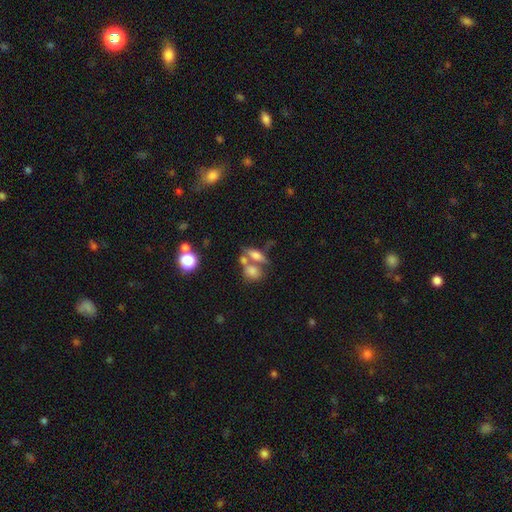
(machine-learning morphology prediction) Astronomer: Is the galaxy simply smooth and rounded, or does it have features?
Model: smooth — 65%.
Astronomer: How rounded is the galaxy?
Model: in between — 68%.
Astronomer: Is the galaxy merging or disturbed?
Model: merger — 44% (runner-up: none, 39%).